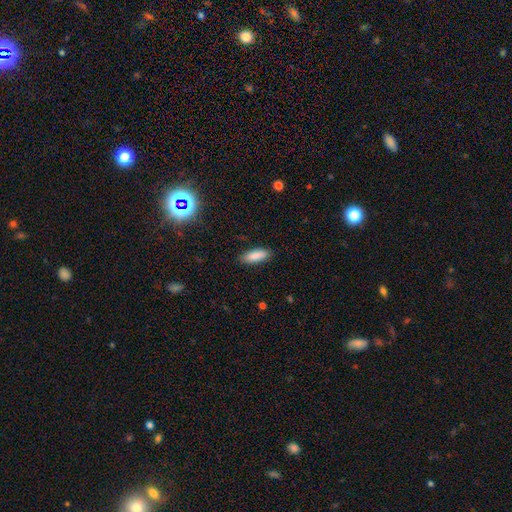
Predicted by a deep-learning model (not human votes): The model was most divided on "how rounded": in between: 62%, cigar-shaped: 36%, round: 2%. More confident: smooth or featured — smooth (87%); merging — none (87%).